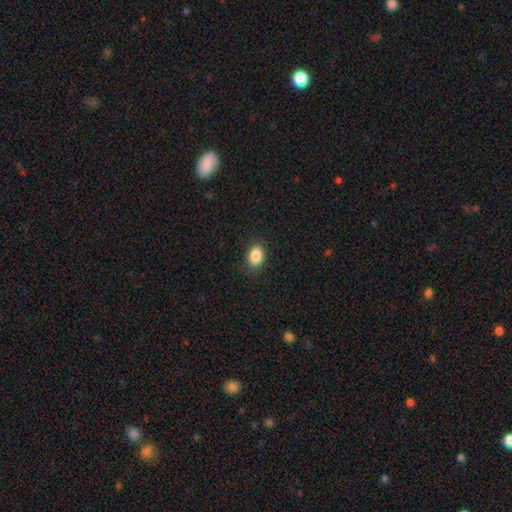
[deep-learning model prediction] smooth-or-featured: smooth: 87% | star or artifact: 8% | featured or disk: 5%
  how-rounded: in between: 81% | round: 18% | cigar-shaped: 1%
  merging: none: 87% | minor disturbance: 10% | major disturbance: 2% | merger: 1%